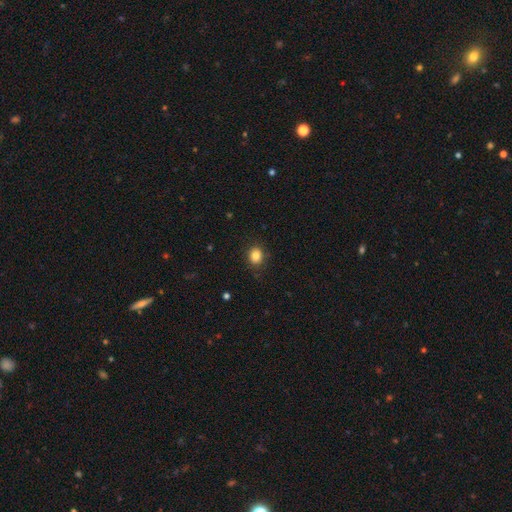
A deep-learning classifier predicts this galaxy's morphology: smooth-or-featured: smooth: 84% | star or artifact: 10% | featured or disk: 5%
  how-rounded: round: 53% | in between: 46% | cigar-shaped: 1%
  merging: none: 86% | minor disturbance: 11% | major disturbance: 3% | merger: 1%